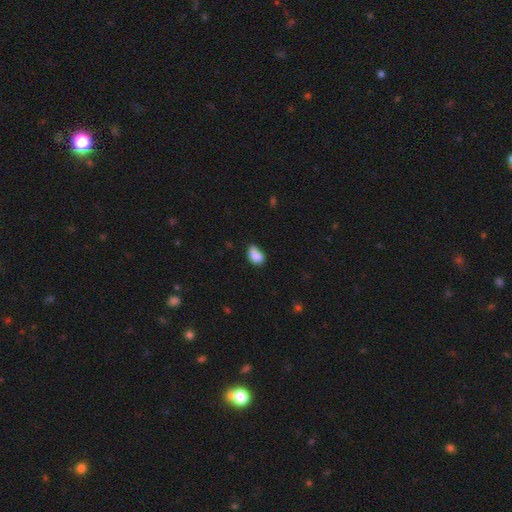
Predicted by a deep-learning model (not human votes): A smooth galaxy with no disk features (80%) that is in between round and cigar-shaped (75%). Merging: none (39%).